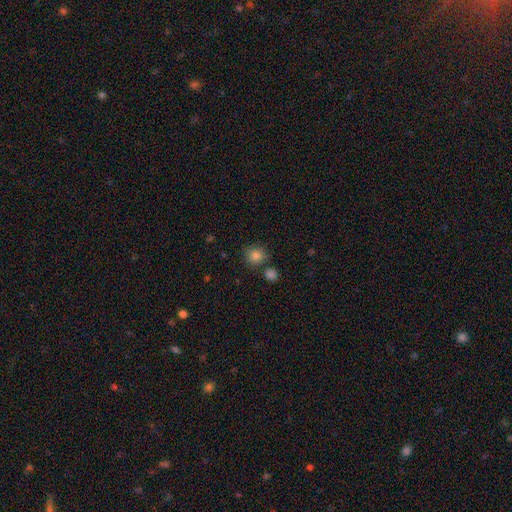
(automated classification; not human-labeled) Morphology: type=smooth (84%); roundness=round (84%); merging=none (74%).